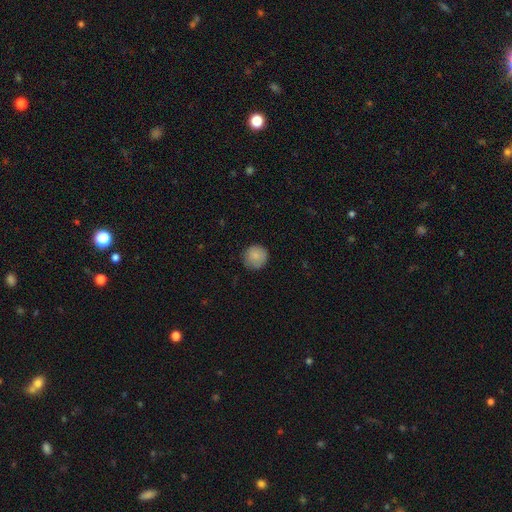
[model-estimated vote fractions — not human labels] The model was most divided on "merging": none: 85%, minor disturbance: 12%, major disturbance: 2%, merger: 1%. More confident: how rounded — round (93%); smooth or featured — smooth (85%).